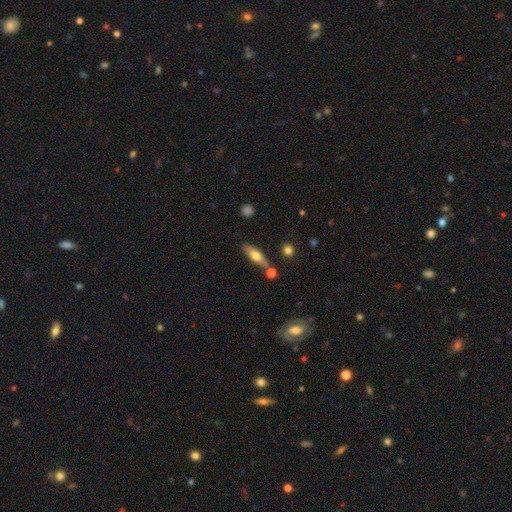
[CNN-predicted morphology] A smooth galaxy with no disk features (59%) that is in between round and cigar-shaped (49%).

Vote fractions:
- Smooth or featured? smooth: 59% / featured or disk: 34% / star or artifact: 7%
- How rounded? in between: 49% / cigar-shaped: 47% / round: 3%
- Merging? none: 68% / minor disturbance: 15% / merger: 13% / major disturbance: 4%